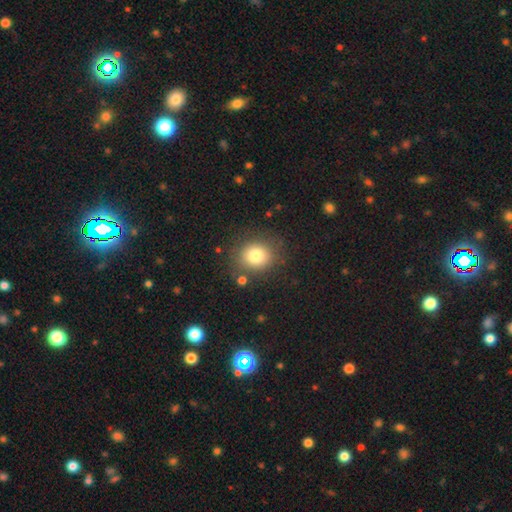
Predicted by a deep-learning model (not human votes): This appears to be a smooth galaxy with no disk features (79%) that is round (77%). Merging: none (82%).